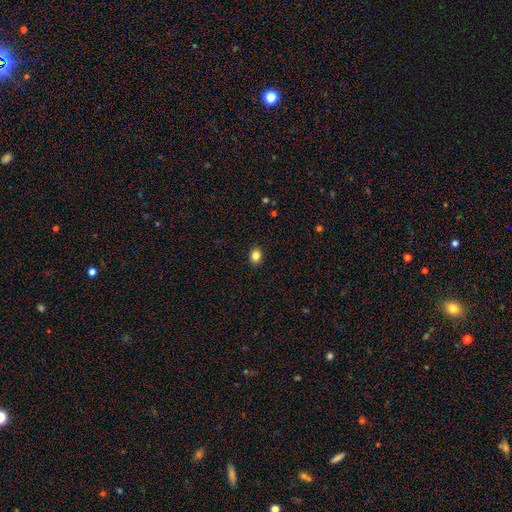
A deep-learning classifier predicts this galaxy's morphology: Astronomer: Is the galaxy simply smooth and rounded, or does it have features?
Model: smooth — 84%.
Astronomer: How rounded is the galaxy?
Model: in between — 56% (runner-up: round, 43%).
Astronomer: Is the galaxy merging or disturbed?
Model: none — 91%.